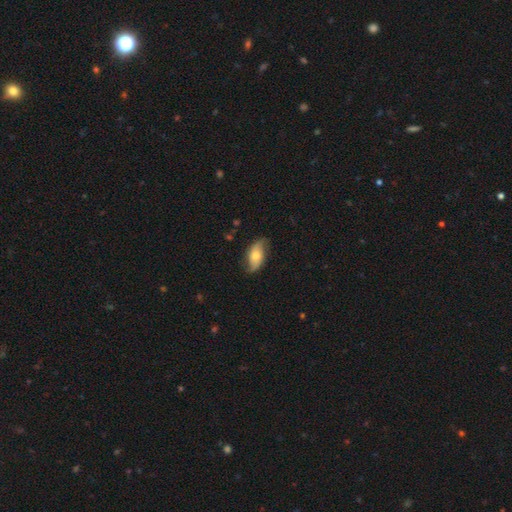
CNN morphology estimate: Smooth or featured: smooth — 48% (featured or disk — 45%)
Merging: none — 72% (minor disturbance — 21%)